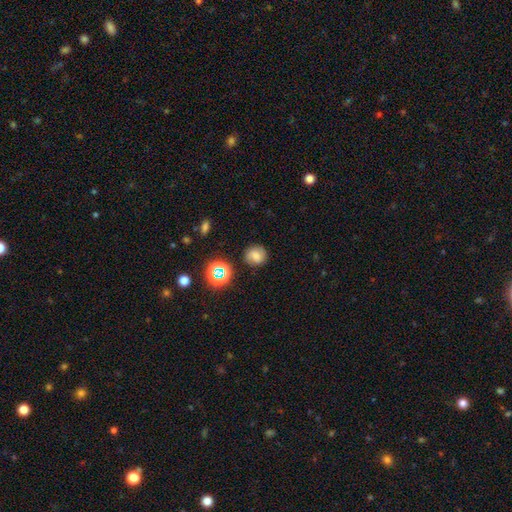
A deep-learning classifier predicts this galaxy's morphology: Smooth or featured?
  - smooth: 66% *
  - star or artifact: 17%
  - featured or disk: 17%
How rounded?
  - round: 86% *
  - in between: 13%
  - cigar-shaped: 1%
Merging?
  - none: 82% *
  - minor disturbance: 12%
  - major disturbance: 3%
  - merger: 3%